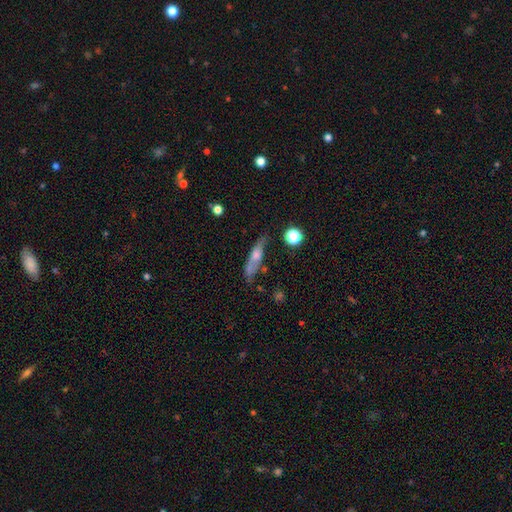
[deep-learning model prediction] This is possibly a smooth galaxy (46%). Merging: likely none (60%).